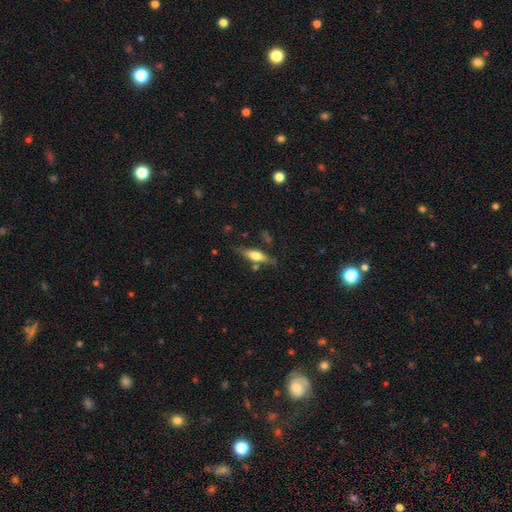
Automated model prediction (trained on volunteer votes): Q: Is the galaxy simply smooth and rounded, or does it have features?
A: smooth — 51%.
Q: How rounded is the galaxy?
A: cigar-shaped — 56%.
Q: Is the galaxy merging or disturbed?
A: none — 70%.